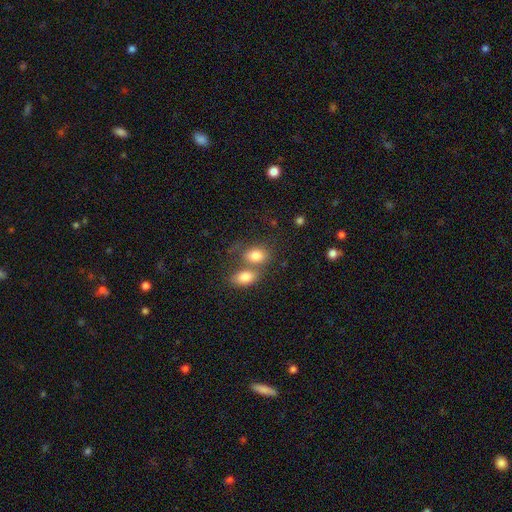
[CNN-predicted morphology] This appears to be a smooth galaxy with no disk features (81%) that is in between round and cigar-shaped (76%). Merging: merger (51%).